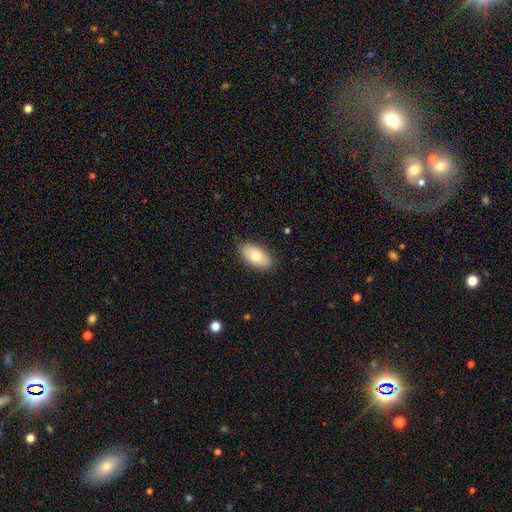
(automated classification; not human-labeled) Morphology: type=smooth (77%); roundness=in between (93%); merging=none (86%).